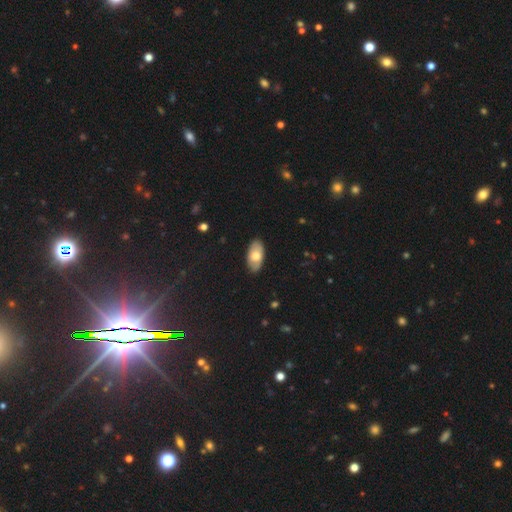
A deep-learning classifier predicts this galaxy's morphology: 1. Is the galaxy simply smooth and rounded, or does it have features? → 68% smooth, 26% featured or disk, 6% star or artifact.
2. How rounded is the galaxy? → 93% in between, 4% cigar-shaped, 3% round.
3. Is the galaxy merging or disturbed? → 85% none, 11% minor disturbance, 2% major disturbance, 1% merger.